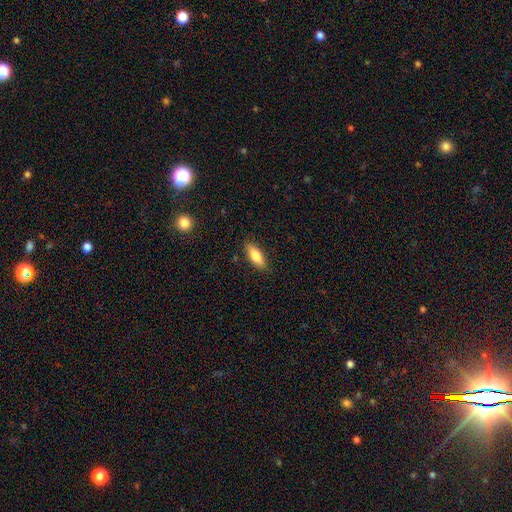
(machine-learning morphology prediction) Smooth or featured?
  - smooth: 75% *
  - featured or disk: 18%
  - star or artifact: 6%
How rounded?
  - in between: 67% *
  - cigar-shaped: 31%
  - round: 2%
Merging?
  - none: 87% *
  - minor disturbance: 10%
  - major disturbance: 2%
  - merger: 1%